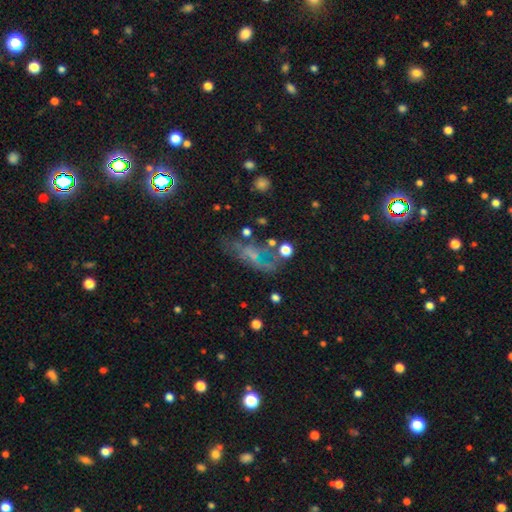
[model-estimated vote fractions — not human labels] Smooth or featured: featured or disk — 49% (smooth — 27%)
Merging: none — 39% (major disturbance — 30%)